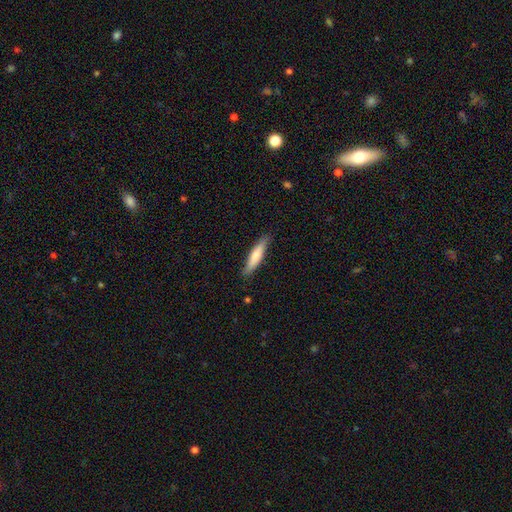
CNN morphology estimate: The model was most divided on "smooth or featured": smooth: 69%, featured or disk: 26%, star or artifact: 5%. More confident: merging — none (85%); how rounded — cigar-shaped (84%).